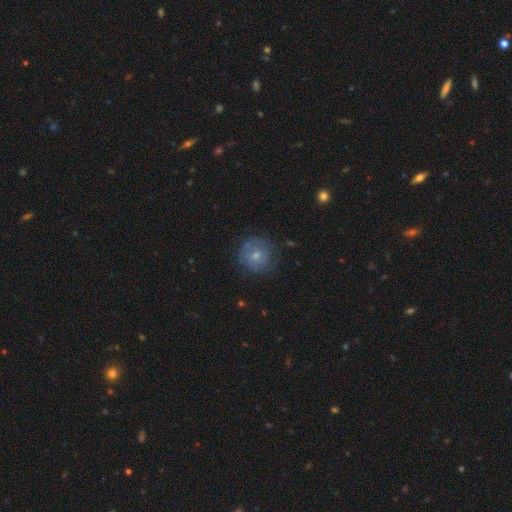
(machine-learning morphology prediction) This appears to be a smooth galaxy with no disk features (52%) that is round (88%). Merging: none (70%).